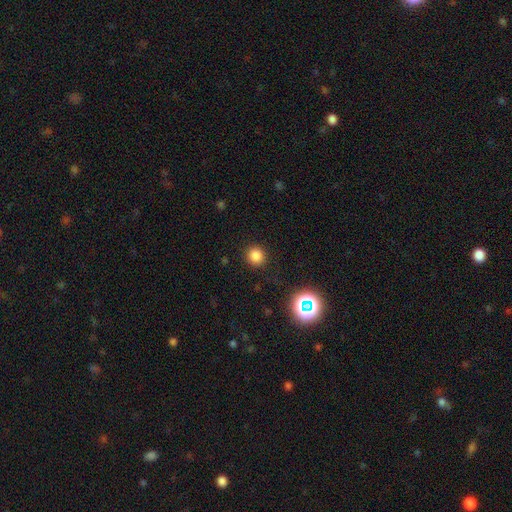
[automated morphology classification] Smooth or featured? smooth (81%)
How rounded? round (91%)
Merging? none (90%)